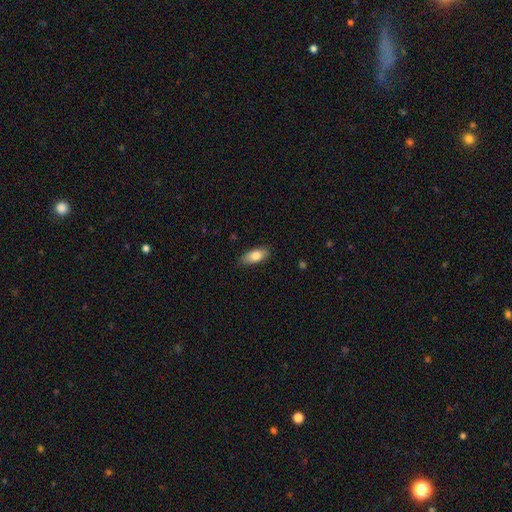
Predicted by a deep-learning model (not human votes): A smooth galaxy with no disk features (81%) that is in between round and cigar-shaped (85%).

Vote fractions:
- Smooth or featured? smooth: 81% / featured or disk: 12% / star or artifact: 6%
- How rounded? in between: 85% / cigar-shaped: 12% / round: 3%
- Merging? none: 85% / minor disturbance: 12% / major disturbance: 2% / merger: 1%